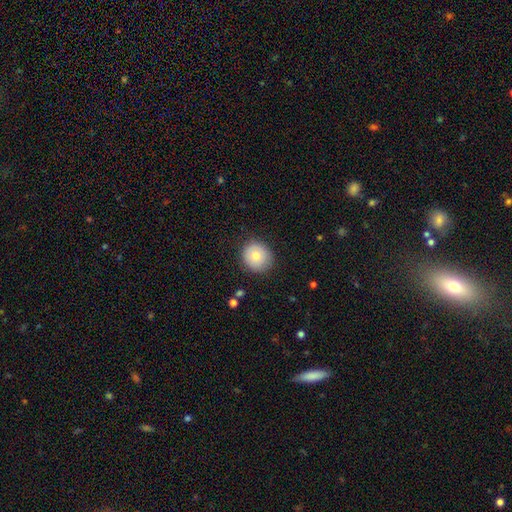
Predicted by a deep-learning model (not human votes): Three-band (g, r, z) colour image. It shows a smooth galaxy with no disk features (76%) that is round (88%). Merging: none (86%).